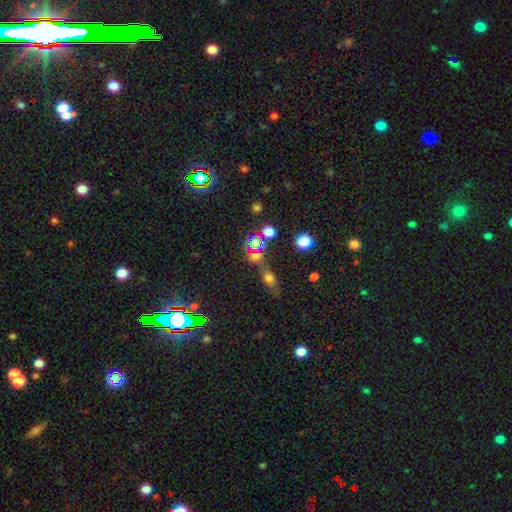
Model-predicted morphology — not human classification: smooth-or-featured: star or artifact: 46% | smooth: 44% | featured or disk: 11%